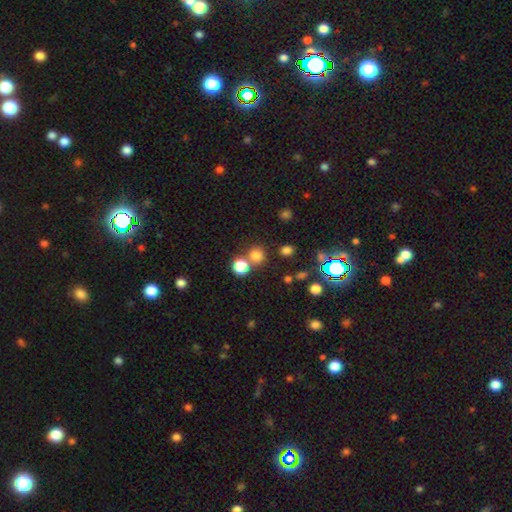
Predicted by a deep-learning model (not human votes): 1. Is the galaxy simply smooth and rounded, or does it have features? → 75% smooth, 18% star or artifact, 6% featured or disk.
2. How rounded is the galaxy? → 88% round, 11% in between, 1% cigar-shaped.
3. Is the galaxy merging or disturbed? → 64% none, 26% merger, 7% minor disturbance, 3% major disturbance.